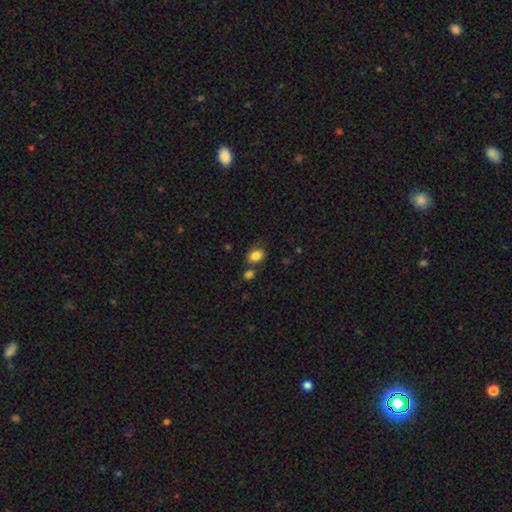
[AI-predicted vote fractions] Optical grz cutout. It shows a smooth galaxy with no disk features (84%) that is in between round and cigar-shaped (67%). Merging: none (65%).